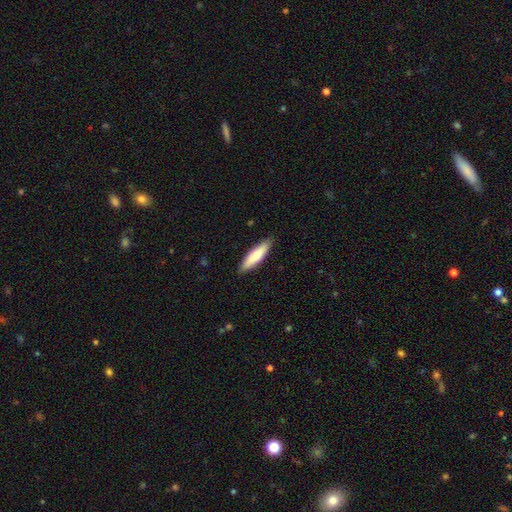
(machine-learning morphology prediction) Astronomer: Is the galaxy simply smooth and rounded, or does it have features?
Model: smooth — 71%.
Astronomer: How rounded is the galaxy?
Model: cigar-shaped — 70%.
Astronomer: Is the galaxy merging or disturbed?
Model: none — 89%.